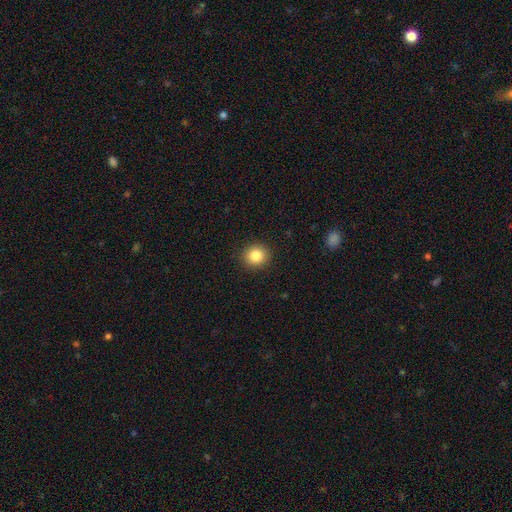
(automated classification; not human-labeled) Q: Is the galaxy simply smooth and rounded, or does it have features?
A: smooth — 84%.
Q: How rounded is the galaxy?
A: round — 86%.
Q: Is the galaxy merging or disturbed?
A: none — 92%.